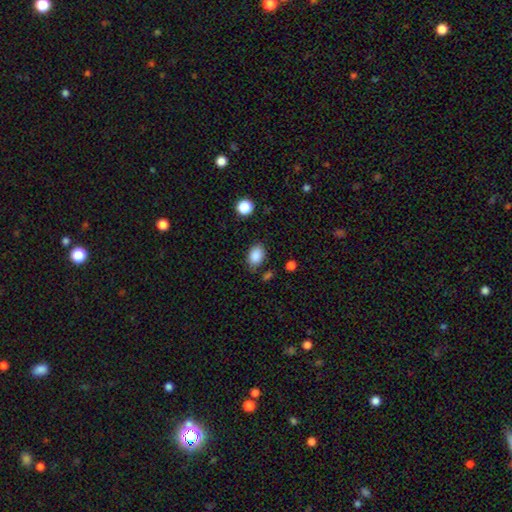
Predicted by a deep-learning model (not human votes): The model was most divided on "merging": none: 76%, minor disturbance: 17%, major disturbance: 4%, merger: 3%. More confident: smooth or featured — smooth (87%); how rounded — in between (79%).